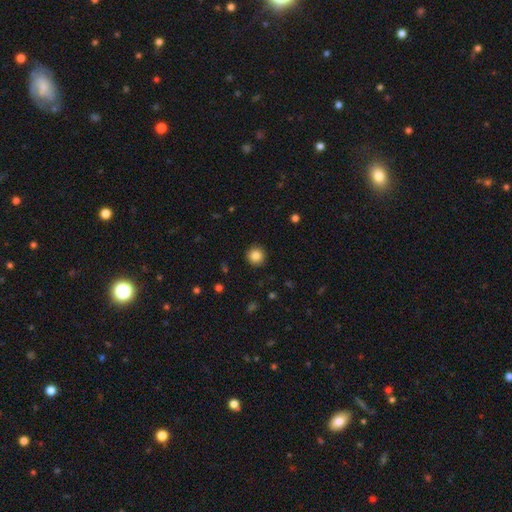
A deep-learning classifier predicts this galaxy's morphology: smooth 85%, star or artifact 10%, featured or disk 5%. Down the decision tree: how rounded — round (95%); merging — none (92%).